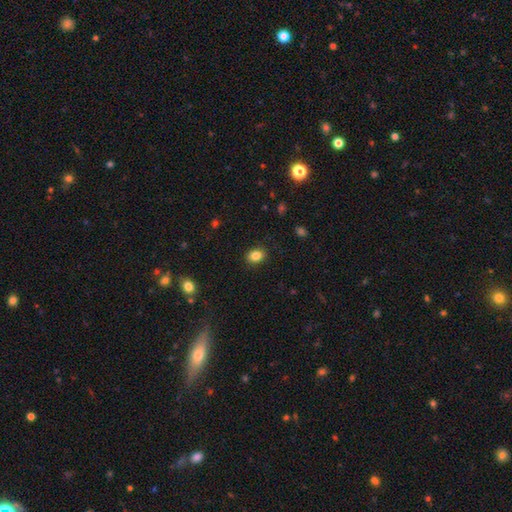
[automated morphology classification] smooth 85%, star or artifact 10%, featured or disk 5%. Down the decision tree: how rounded — in between (58%); merging — none (89%).